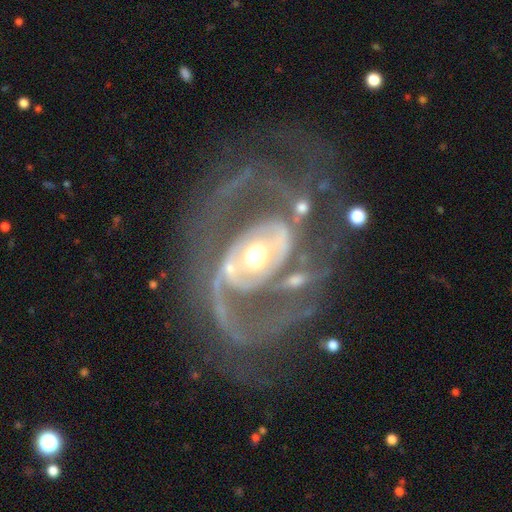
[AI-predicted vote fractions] The model was most divided on "spiral winding": medium: 46%, loose: 32%, tight: 22%. More confident: edge-on disk — no (96%); smooth or featured — featured or disk (88%); spiral arms — yes (87%); spiral arm count — 2 (67%); bulge size — moderate (66%); bar — no (54%); merging — none (51%).